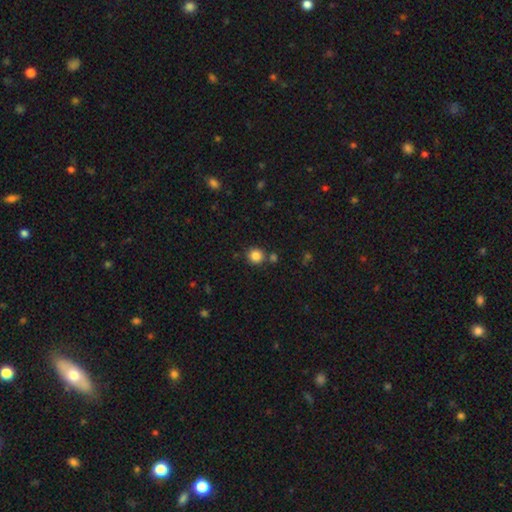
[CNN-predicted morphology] The model was most divided on "merging": none: 80%, merger: 10%, minor disturbance: 8%, major disturbance: 3%. More confident: how rounded — round (92%); smooth or featured — smooth (85%).